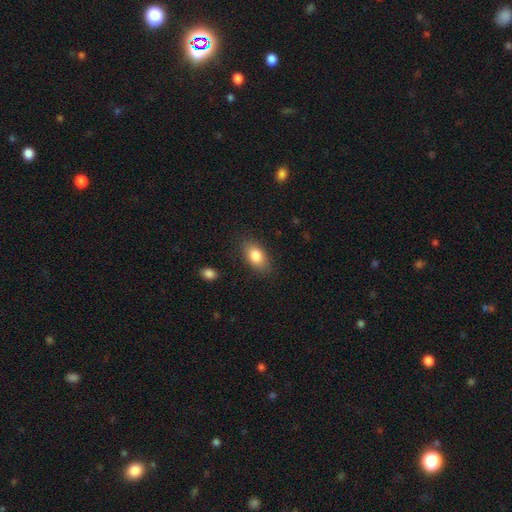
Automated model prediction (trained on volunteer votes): Morphology: type=smooth (82%); roundness=in between (89%); merging=none (84%).